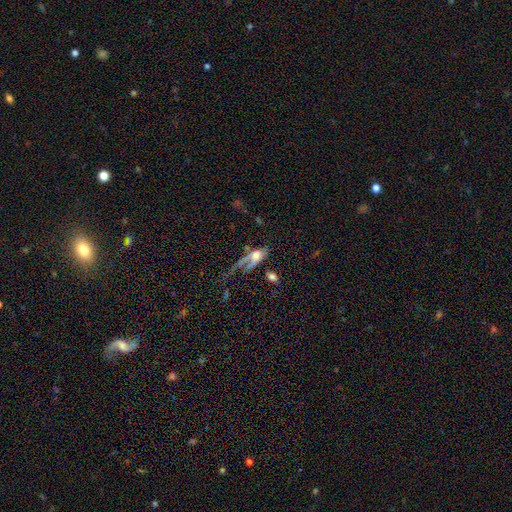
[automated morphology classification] Overall: smooth (49%; featured or disk 39%). Merging: major disturbance (39%; merger 23%).